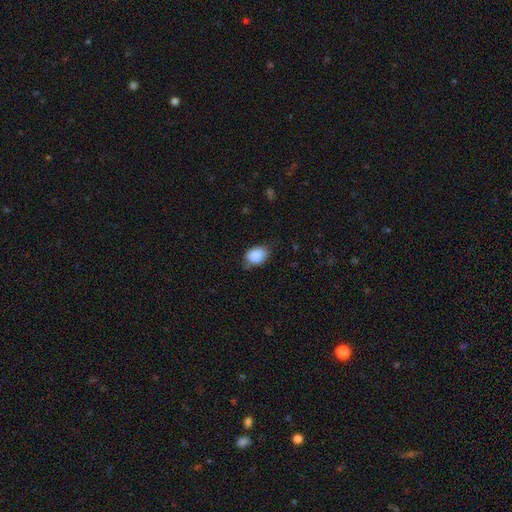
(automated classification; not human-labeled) Smooth or featured? Predicted: smooth (p=0.87). How rounded? Predicted: in between (p=0.64). Merging? Predicted: none (p=0.60).